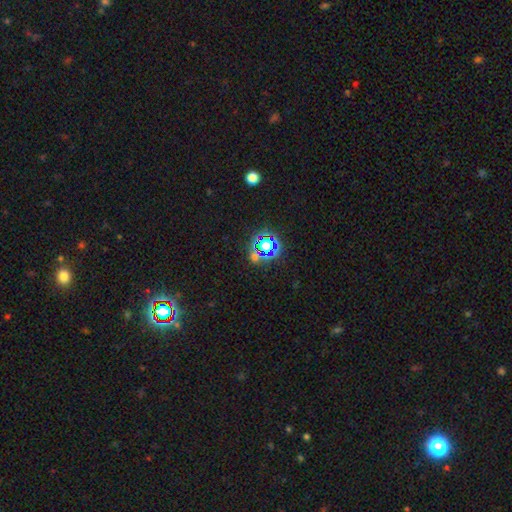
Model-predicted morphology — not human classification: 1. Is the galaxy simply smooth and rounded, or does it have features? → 72% star or artifact, 20% smooth, 9% featured or disk.